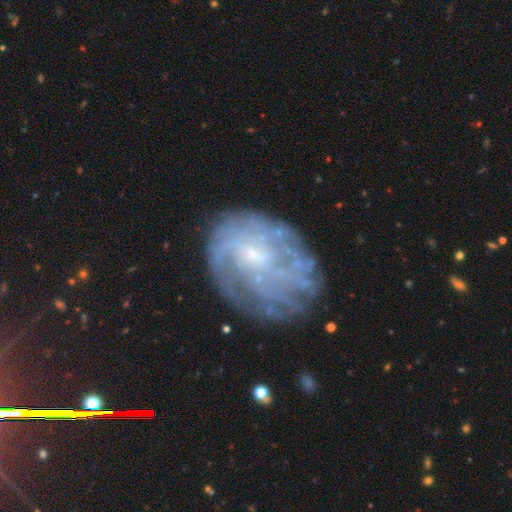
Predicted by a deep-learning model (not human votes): A featured or disk galaxy (72%) with no bar (64%), tight (55%) spiral arms (76%) and a small central bulge (63%).

Vote fractions:
- Smooth or featured? featured or disk: 72% / smooth: 18% / star or artifact: 10%
- Edge-on disk? no: 97% / yes: 3%
- Bar? no: 64% / weak: 30% / strong: 5%
- Spiral arms? yes: 76% / no: 24%
- Spiral winding? tight: 55% / medium: 28% / loose: 17%
- Spiral arm count? can't tell: 57% / more than 4: 11% / 4: 10% / 3: 8% / 2: 8% / 1: 6%
- Bulge size? small: 63% / moderate: 21% / none: 12% / large: 2% / dominant: 1%
- Merging? none: 64% / minor disturbance: 21% / major disturbance: 13% / merger: 3%